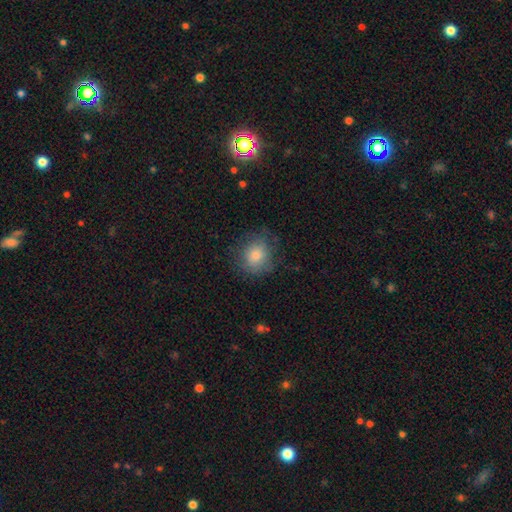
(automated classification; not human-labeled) Q: Smooth or featured?
A: smooth (73%); runner-up: featured or disk (16%)
Q: How rounded?
A: round (82%); runner-up: in between (17%)
Q: Merging?
A: none (75%); runner-up: minor disturbance (17%)